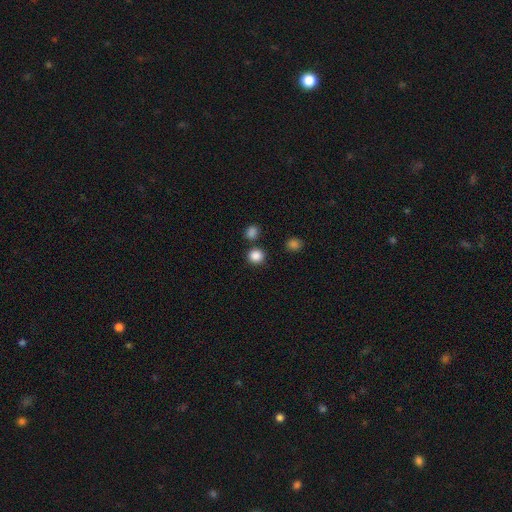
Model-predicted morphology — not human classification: Q: Smooth or featured?
A: smooth (85%); runner-up: star or artifact (11%)
Q: How rounded?
A: round (91%); runner-up: in between (8%)
Q: Merging?
A: none (82%); runner-up: merger (8%)